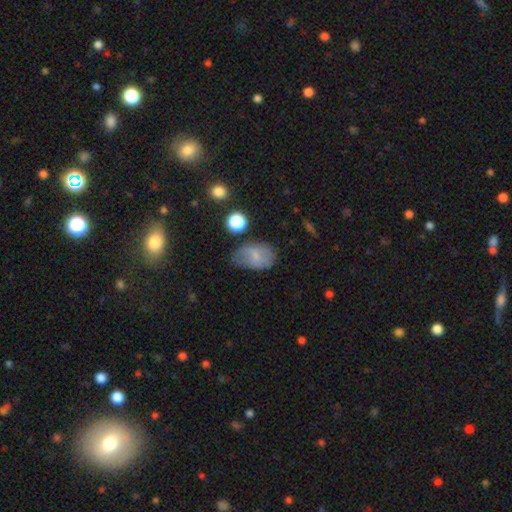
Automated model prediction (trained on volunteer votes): Smooth or featured? Predicted: smooth (p=0.64). How rounded? Predicted: in between (p=0.83). Merging? Predicted: none (p=0.52).